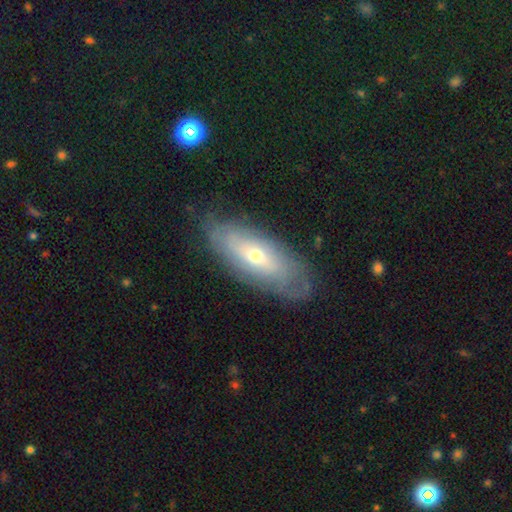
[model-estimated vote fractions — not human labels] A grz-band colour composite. It shows a featured or disk galaxy (57%). Merging: none (75%).